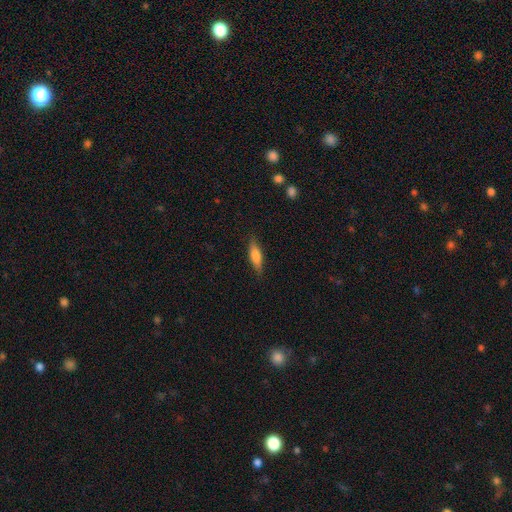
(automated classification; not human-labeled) Morphology: type=smooth (73%); roundness=cigar-shaped (52%); merging=none (83%).